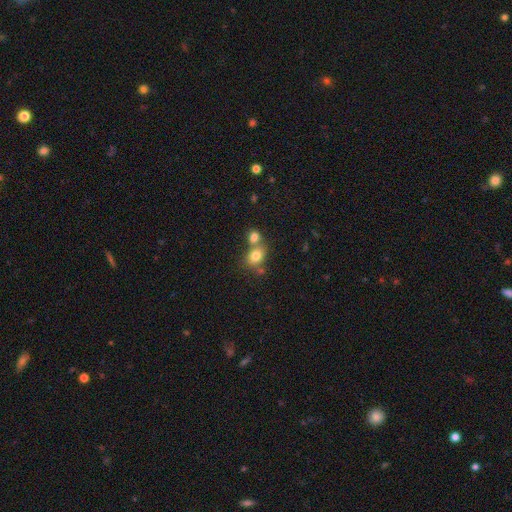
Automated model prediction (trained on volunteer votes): Smooth or featured? Predicted: smooth (p=0.79). How rounded? Predicted: in between (p=0.55). Merging? Predicted: none (p=0.44).